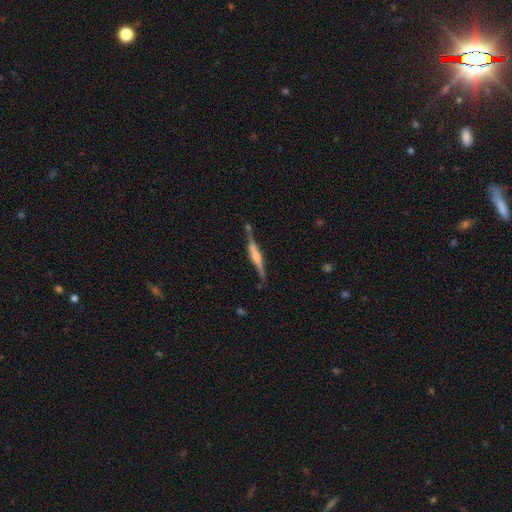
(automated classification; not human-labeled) Smooth or featured?
  - featured or disk: 76% *
  - smooth: 18%
  - star or artifact: 6%
Edge-on disk?
  - yes: 96% *
  - no: 4%
Edge-on bulge?
  - rounded: 64% *
  - boxy: 27%
  - none: 8%
Merging?
  - none: 74% *
  - minor disturbance: 17%
  - major disturbance: 5%
  - merger: 5%